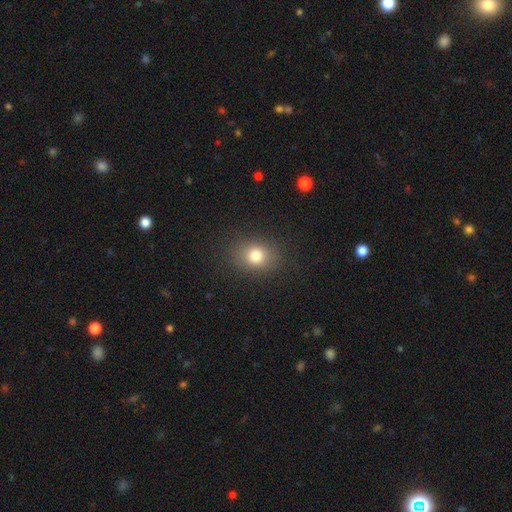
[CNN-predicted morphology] smooth_or_featured: smooth (p=0.79) [alt: star or artifact p=0.13]
how_rounded: round (p=0.54) [alt: in between p=0.45]
merging: none (p=0.85) [alt: minor disturbance p=0.10]